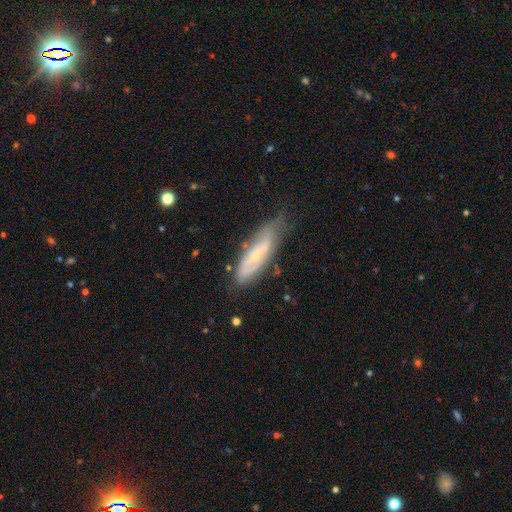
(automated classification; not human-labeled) smooth-or-featured: featured or disk: 61% | smooth: 31% | star or artifact: 7%
  disk-edge-on: no: 74% | yes: 26%
  merging: none: 54% | minor disturbance: 33% | major disturbance: 10% | merger: 3%